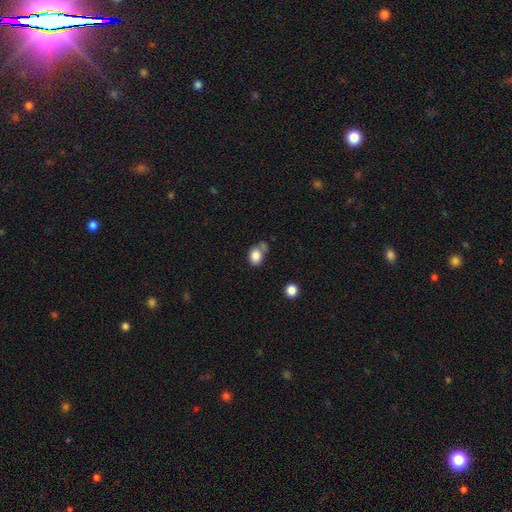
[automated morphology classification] A smooth galaxy with no disk features (84%) that is in between round and cigar-shaped (58%). Merging: none (49%).